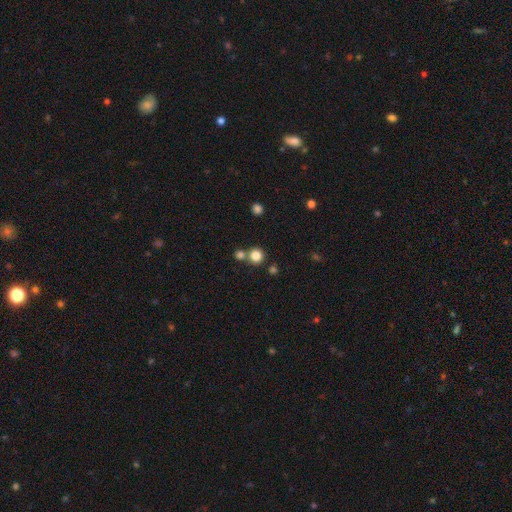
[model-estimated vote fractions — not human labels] A smooth galaxy with no disk features (83%) that is round (92%).

Vote fractions:
- Smooth or featured? smooth: 83% / star or artifact: 12% / featured or disk: 5%
- How rounded? round: 92% / in between: 7% / cigar-shaped: 1%
- Merging? none: 67% / merger: 23% / minor disturbance: 7% / major disturbance: 3%